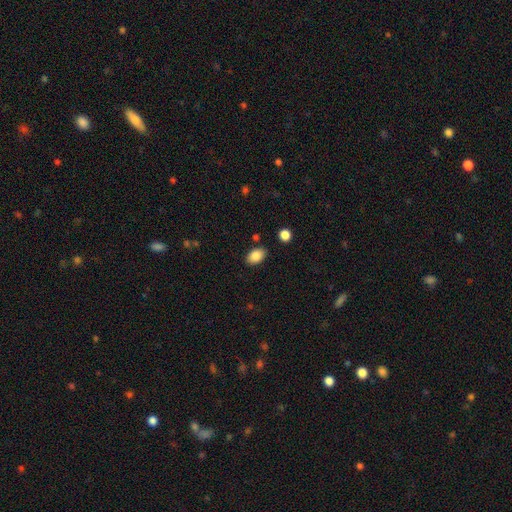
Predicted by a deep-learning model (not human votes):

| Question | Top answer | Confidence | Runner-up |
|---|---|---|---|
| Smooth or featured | smooth | 86% | star or artifact (8%) |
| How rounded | in between | 89% | round (10%) |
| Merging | none | 84% | minor disturbance (10%) |